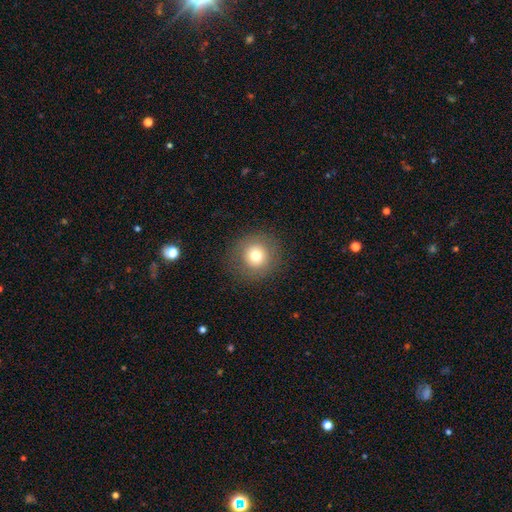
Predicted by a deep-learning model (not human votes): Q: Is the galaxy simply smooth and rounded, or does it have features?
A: smooth — 74%.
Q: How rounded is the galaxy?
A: round — 94%.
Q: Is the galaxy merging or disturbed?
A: none — 87%.